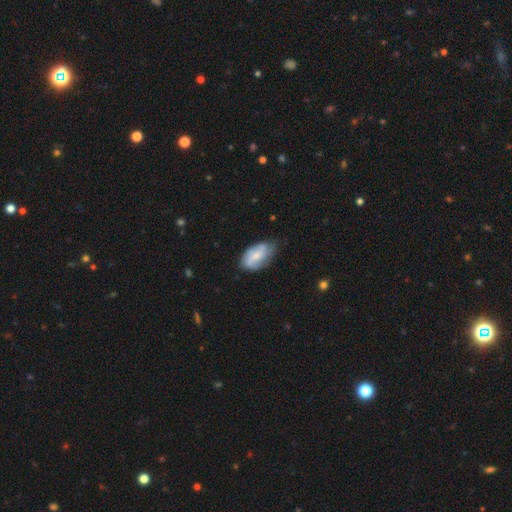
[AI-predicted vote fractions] Smooth or featured: smooth — 47% (tied with featured or disk — 47%)
Merging: none — 59% (minor disturbance — 30%)